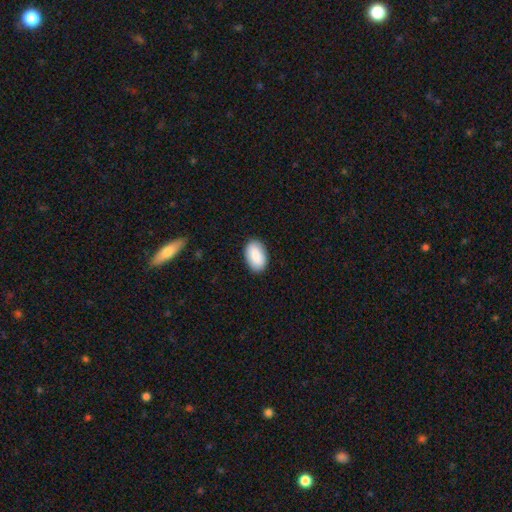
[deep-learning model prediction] This is clearly a smooth galaxy (88%). How rounded: clearly in between (94%). Merging: clearly none (88%).